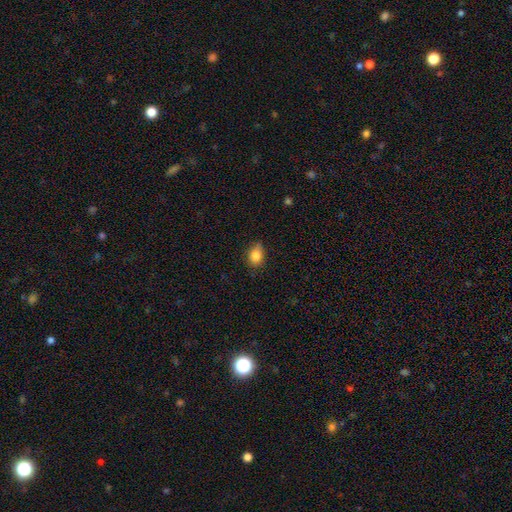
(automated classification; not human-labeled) smooth 85%, star or artifact 9%, featured or disk 6%. Down the decision tree: how rounded — in between (69%); merging — none (73%).